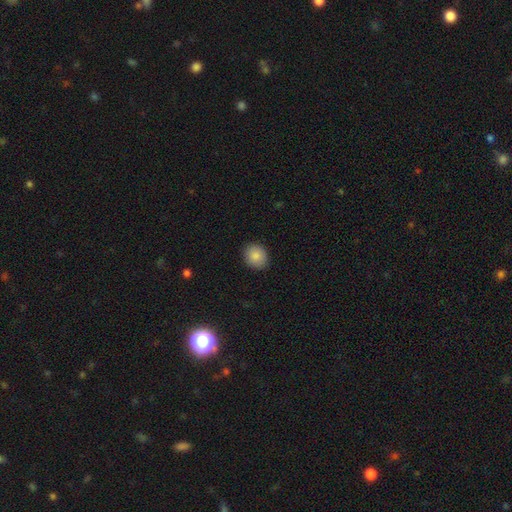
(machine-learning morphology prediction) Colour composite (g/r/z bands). It shows a smooth galaxy with no disk features (86%) that is round (69%). Merging: none (89%).